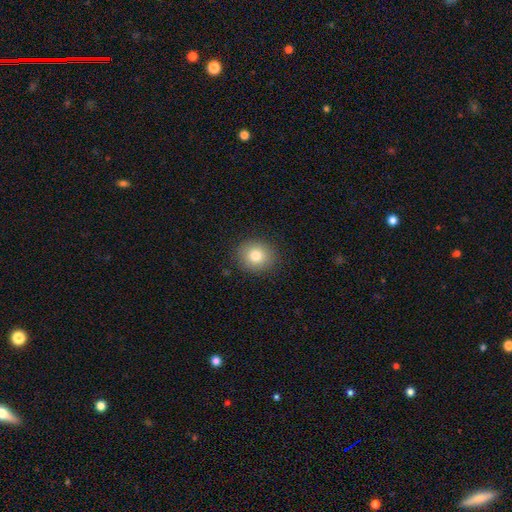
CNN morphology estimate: smooth 81%, star or artifact 10%, featured or disk 9%. Down the decision tree: how rounded — round (81%); merging — none (89%).